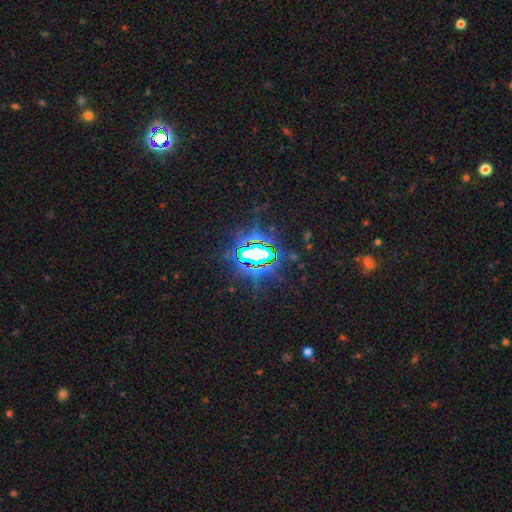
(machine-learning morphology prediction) Smooth or featured: star or artifact — 79% (featured or disk — 11%)